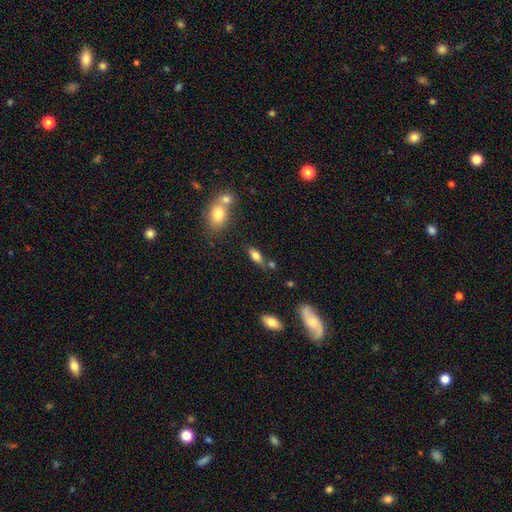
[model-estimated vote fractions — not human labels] A smooth galaxy with no disk features (71%) that is in between round and cigar-shaped (77%). Merging: none (64%).